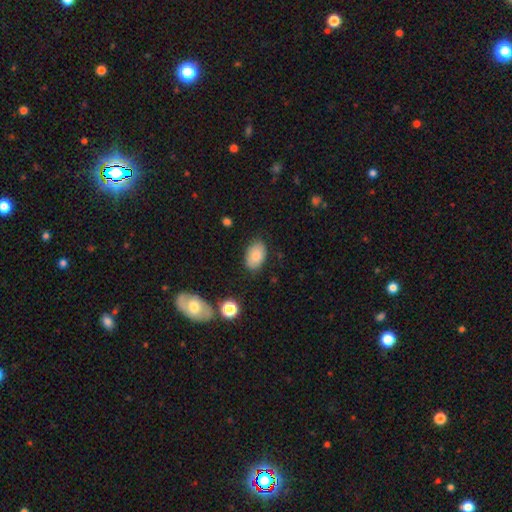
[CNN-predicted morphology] A smooth galaxy with no disk features (81%) that is in between round and cigar-shaped (90%). Merging: none (81%).